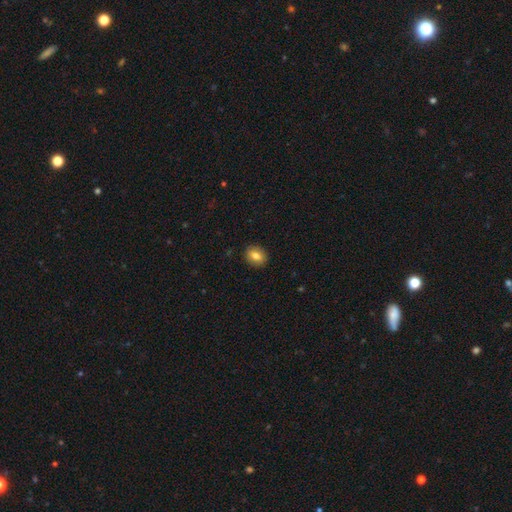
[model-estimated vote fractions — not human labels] This is likely a smooth galaxy (79%). How rounded: possibly round (52%). Merging: clearly none (90%).